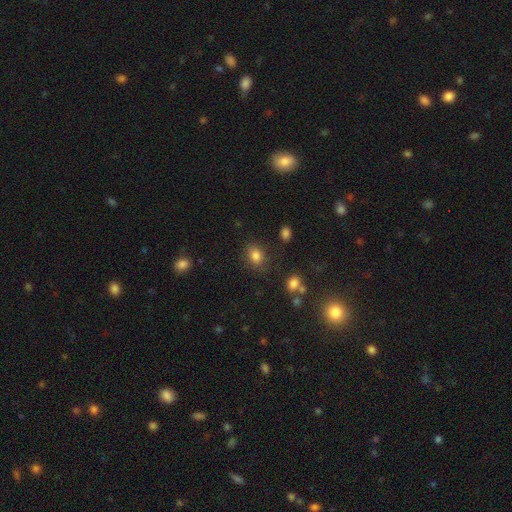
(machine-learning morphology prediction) Smooth or featured: smooth — 82% (star or artifact — 12%)
How rounded: in between — 58% (round — 40%)
Merging: none — 78% (minor disturbance — 14%)